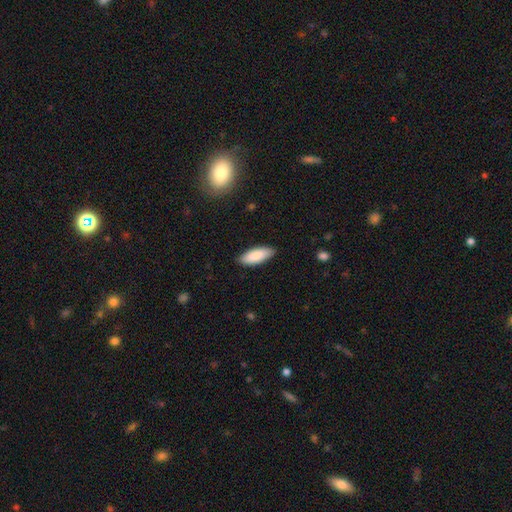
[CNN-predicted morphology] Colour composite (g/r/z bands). It shows a smooth galaxy with no disk features (86%) that is in between round and cigar-shaped (75%). Merging: none (87%).